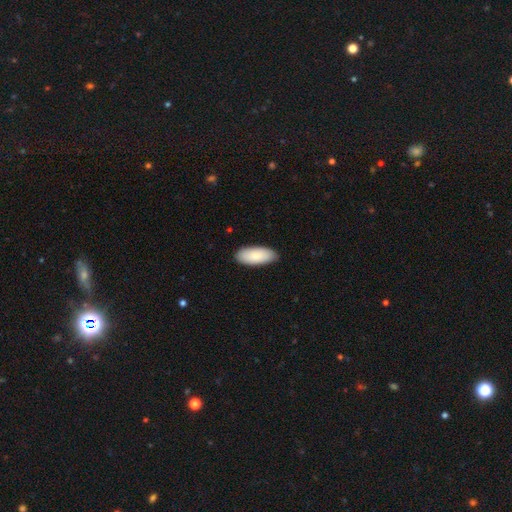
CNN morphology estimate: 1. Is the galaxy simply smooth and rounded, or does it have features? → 88% smooth, 7% featured or disk, 5% star or artifact.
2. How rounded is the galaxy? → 88% in between, 11% cigar-shaped, 1% round.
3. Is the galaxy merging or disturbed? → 87% none, 11% minor disturbance, 2% major disturbance, 1% merger.